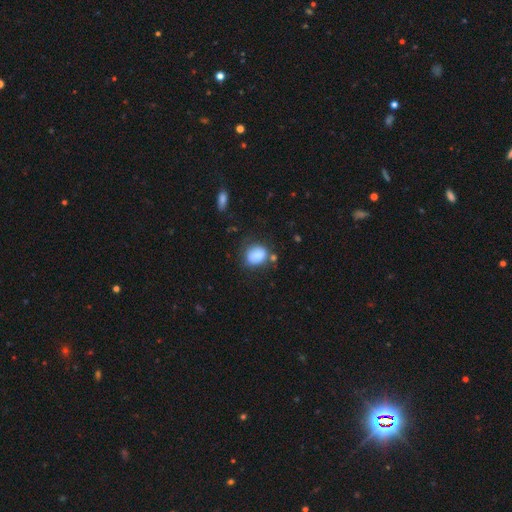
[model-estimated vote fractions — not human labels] Morphology: type=smooth (84%); roundness=round (51%); merging=none (61%).